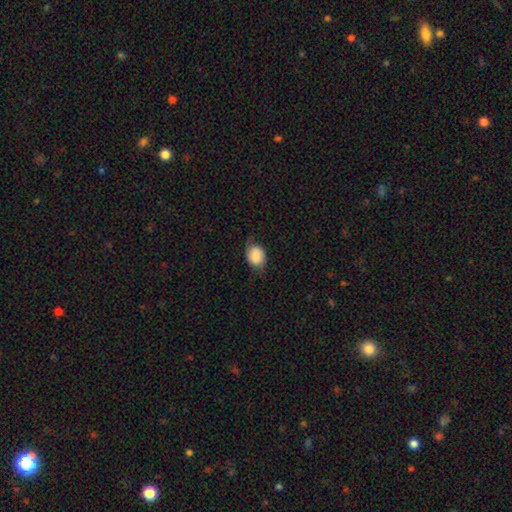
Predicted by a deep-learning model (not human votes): The model was most divided on "how rounded": in between: 60%, round: 39%, cigar-shaped: 1%. More confident: smooth or featured — smooth (78%); merging — none (65%).